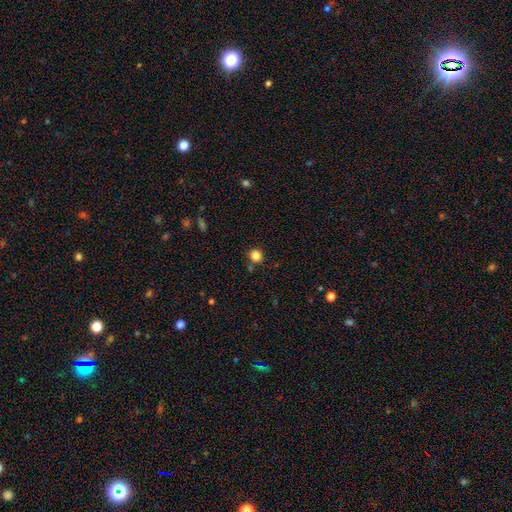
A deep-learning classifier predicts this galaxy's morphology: A smooth galaxy with no disk features (83%) that is round (93%).

Vote fractions:
- Smooth or featured? smooth: 83% / star or artifact: 12% / featured or disk: 5%
- How rounded? round: 93% / in between: 6% / cigar-shaped: 1%
- Merging? none: 84% / minor disturbance: 8% / merger: 6% / major disturbance: 2%